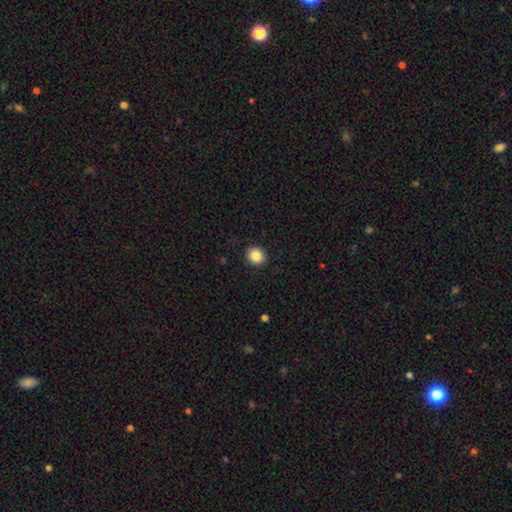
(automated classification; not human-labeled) smooth_or_featured: smooth (p=0.85) [alt: star or artifact p=0.09]
how_rounded: round (p=0.75) [alt: in between p=0.24]
merging: none (p=0.91) [alt: minor disturbance p=0.06]